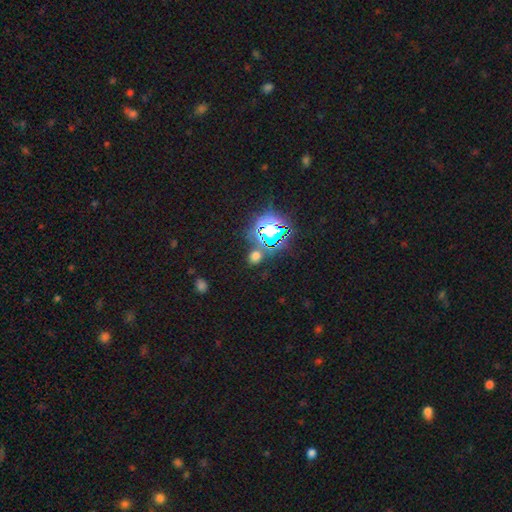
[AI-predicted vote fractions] smooth 49%, star or artifact 44%, featured or disk 7%. Down the decision tree: merging — none (76%).